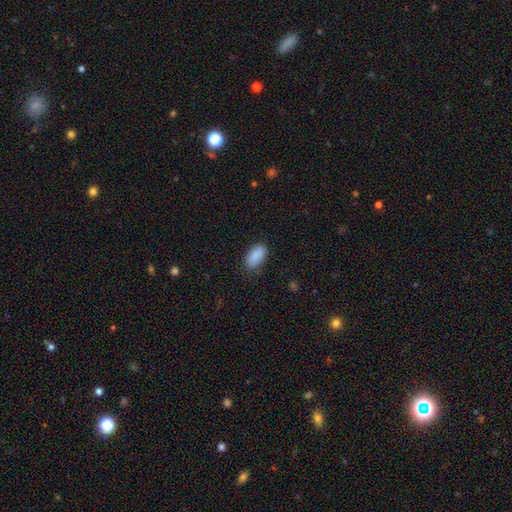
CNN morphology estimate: smooth_or_featured: smooth (p=0.89) [alt: star or artifact p=0.07]
how_rounded: in between (p=0.92) [alt: cigar-shaped p=0.05]
merging: none (p=0.82) [alt: minor disturbance p=0.14]